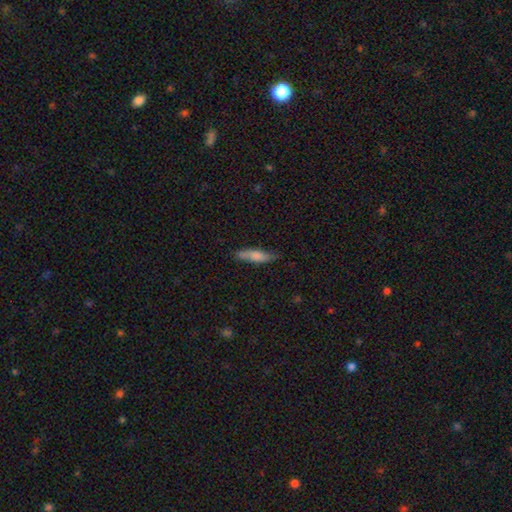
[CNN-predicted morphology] smooth_or_featured: smooth (p=0.72) [alt: featured or disk p=0.22]
how_rounded: cigar-shaped (p=0.65) [alt: in between p=0.33]
merging: none (p=0.74) [alt: minor disturbance p=0.20]